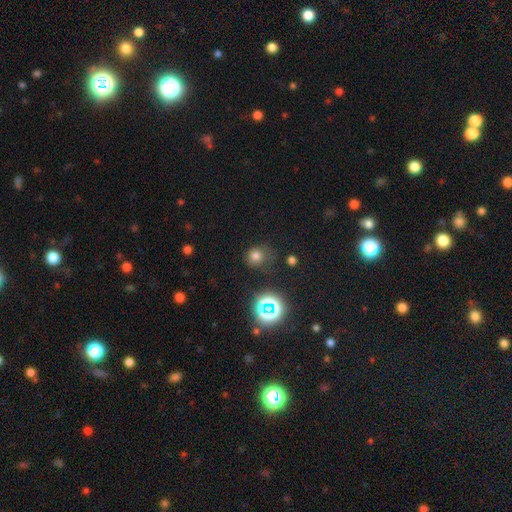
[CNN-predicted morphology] A smooth galaxy with no disk features (69%) that is round (82%). Merging: none (72%).